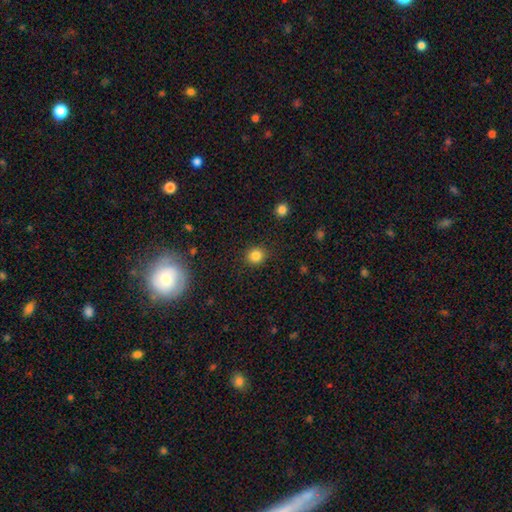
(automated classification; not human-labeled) Q: Smooth or featured?
A: smooth (84%); runner-up: star or artifact (11%)
Q: How rounded?
A: round (88%); runner-up: in between (11%)
Q: Merging?
A: none (90%); runner-up: minor disturbance (6%)